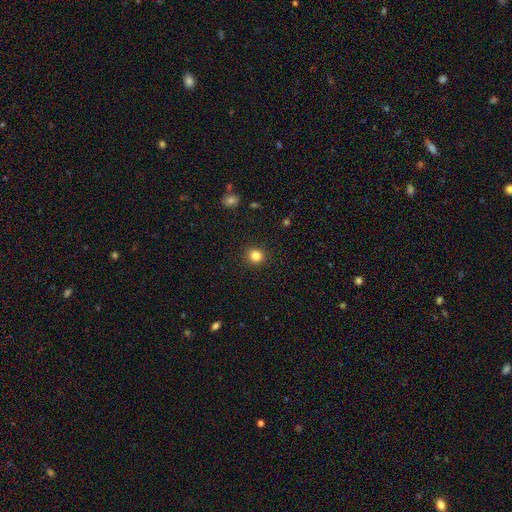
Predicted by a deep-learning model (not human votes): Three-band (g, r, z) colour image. It shows a smooth galaxy with no disk features (83%) that is round (88%). Merging: none (91%).